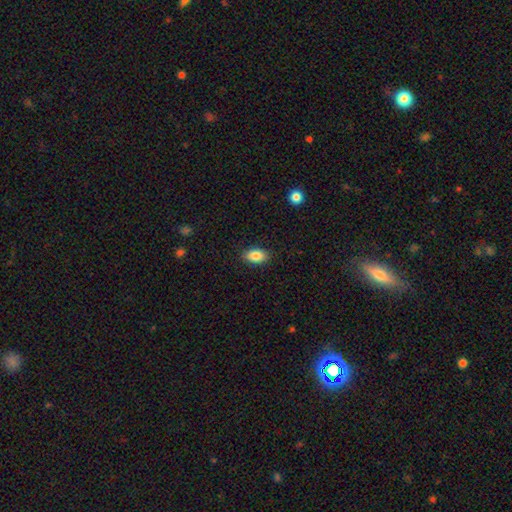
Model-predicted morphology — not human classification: smooth 85%, star or artifact 8%, featured or disk 7%. Down the decision tree: how rounded — in between (89%); merging — none (88%).